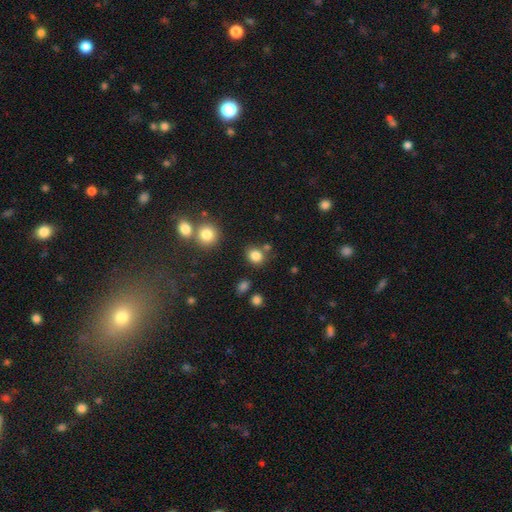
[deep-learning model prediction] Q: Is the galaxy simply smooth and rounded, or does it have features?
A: smooth — 83%.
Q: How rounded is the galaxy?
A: round — 70%.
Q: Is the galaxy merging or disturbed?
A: none — 73%.